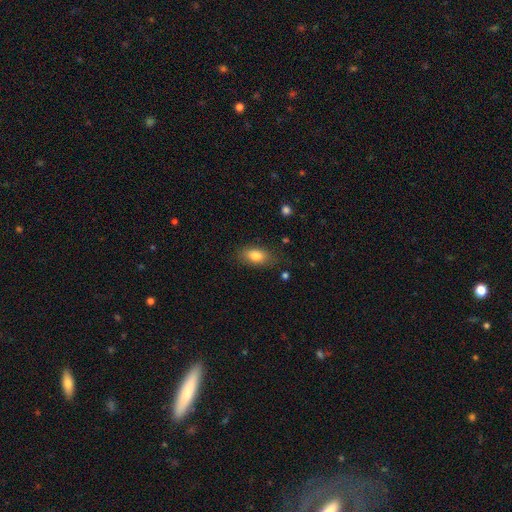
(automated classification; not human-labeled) Morphology: type=smooth (82%); roundness=in between (88%); merging=none (80%).